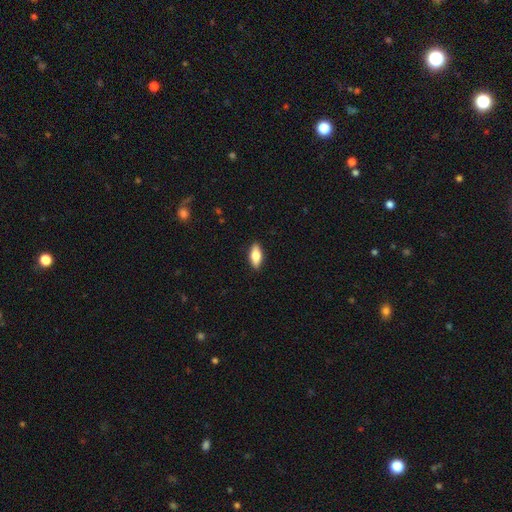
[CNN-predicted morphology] A smooth galaxy with no disk features (73%) that is in between round and cigar-shaped (80%). Merging: none (89%).